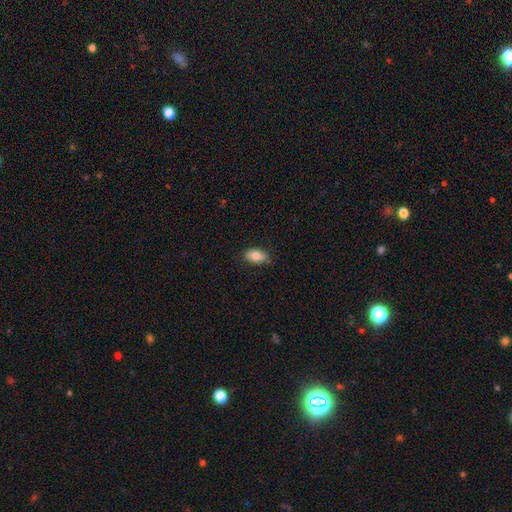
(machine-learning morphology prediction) Smooth or featured?
  - smooth: 79% *
  - featured or disk: 14%
  - star or artifact: 7%
How rounded?
  - in between: 90% *
  - round: 8%
  - cigar-shaped: 2%
Merging?
  - none: 79% *
  - minor disturbance: 17%
  - major disturbance: 3%
  - merger: 1%